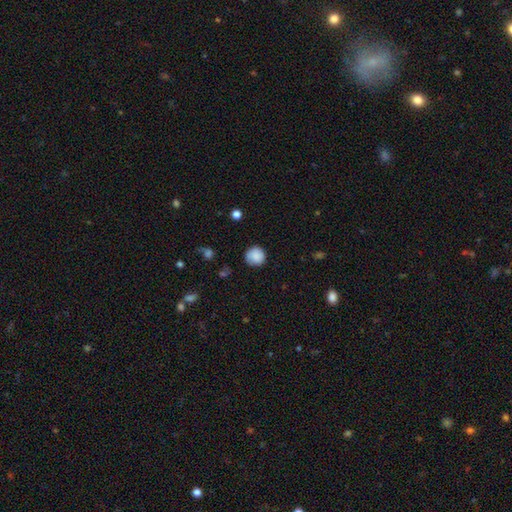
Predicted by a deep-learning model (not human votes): Smooth or featured?
  - smooth: 85% *
  - star or artifact: 8%
  - featured or disk: 7%
How rounded?
  - round: 91% *
  - in between: 8%
  - cigar-shaped: 1%
Merging?
  - none: 79% *
  - minor disturbance: 16%
  - major disturbance: 4%
  - merger: 1%